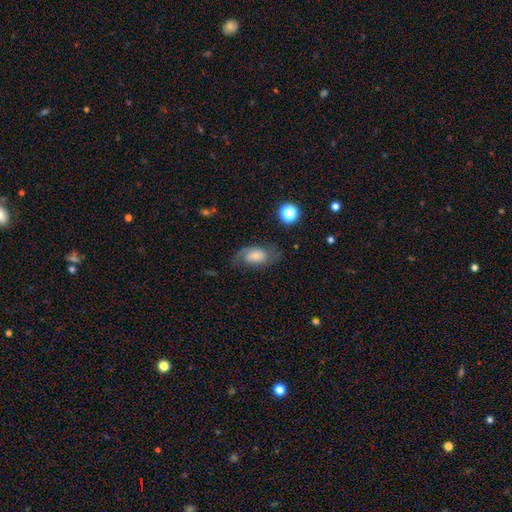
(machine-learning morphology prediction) This is possibly a featured or disk galaxy (46%). Merging: likely none (62%).